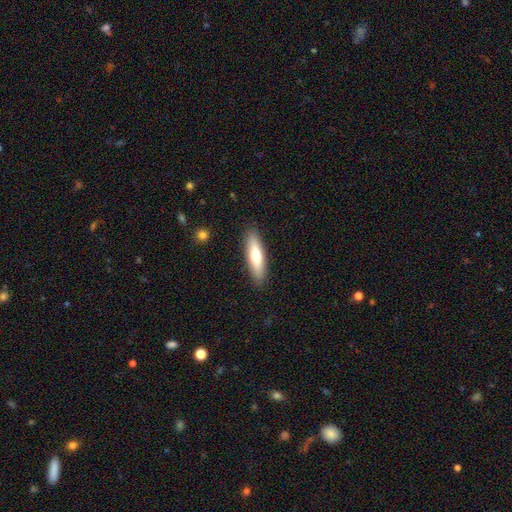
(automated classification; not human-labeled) A smooth galaxy with no disk features (66%) that is cigar-shaped (69%). Merging: none (89%).